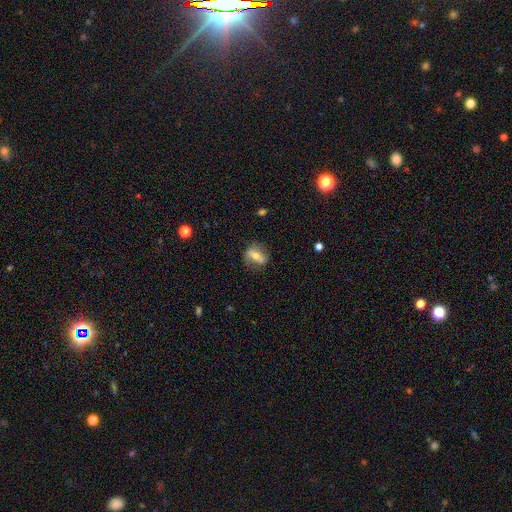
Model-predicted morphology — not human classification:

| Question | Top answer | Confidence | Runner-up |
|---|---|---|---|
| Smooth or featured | featured or disk | 50% | smooth (42%) |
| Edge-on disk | no | 79% | yes (21%) |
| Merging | none | 72% | minor disturbance (18%) |